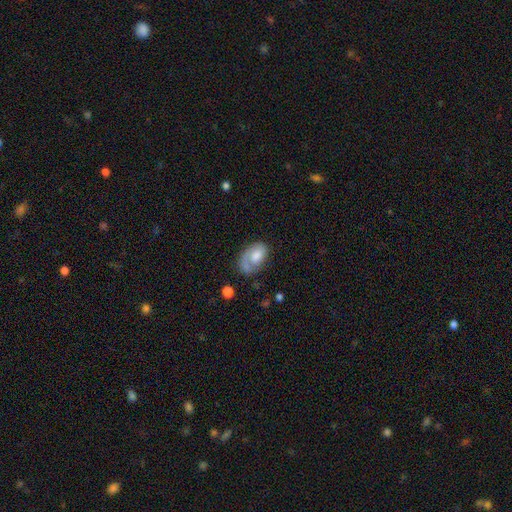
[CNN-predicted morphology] A featured or disk galaxy (47%). Merging: none (47%).